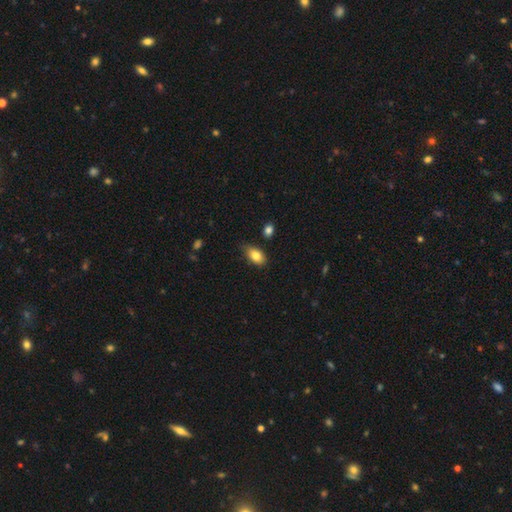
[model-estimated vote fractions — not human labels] This appears to be a smooth galaxy with no disk features (83%) that is in between round and cigar-shaped (89%). Merging: none (73%).